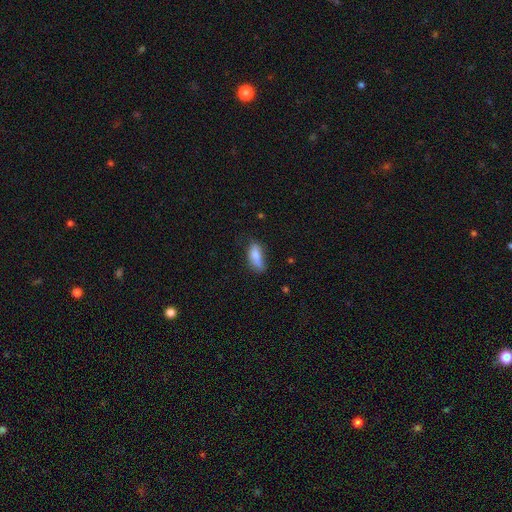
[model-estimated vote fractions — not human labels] Overall: smooth (82%). How rounded: in between (80%). Merging: none (48%; minor disturbance 36%).